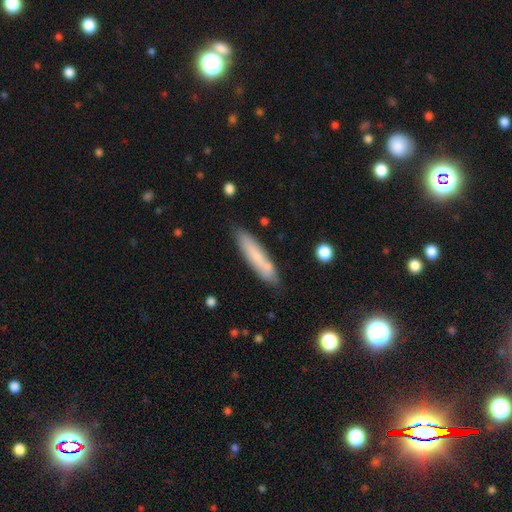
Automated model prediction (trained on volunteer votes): smooth-or-featured: smooth: 71% | featured or disk: 22% | star or artifact: 7%
  how-rounded: cigar-shaped: 84% | in between: 15% | round: 1%
  merging: none: 77% | minor disturbance: 14% | merger: 6% | major disturbance: 3%